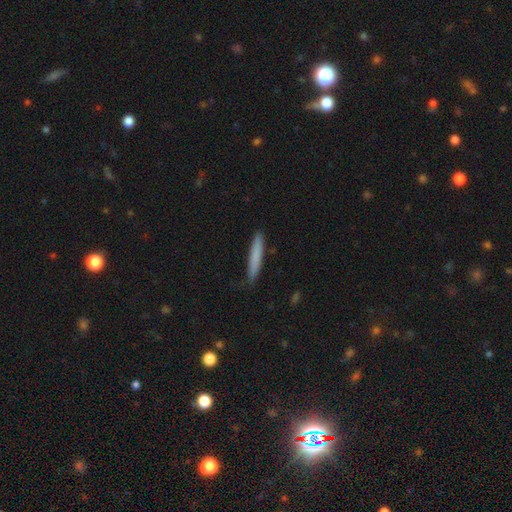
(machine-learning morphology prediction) type=smooth (78%); roundness=cigar-shaped (94%); merging=none (84%).